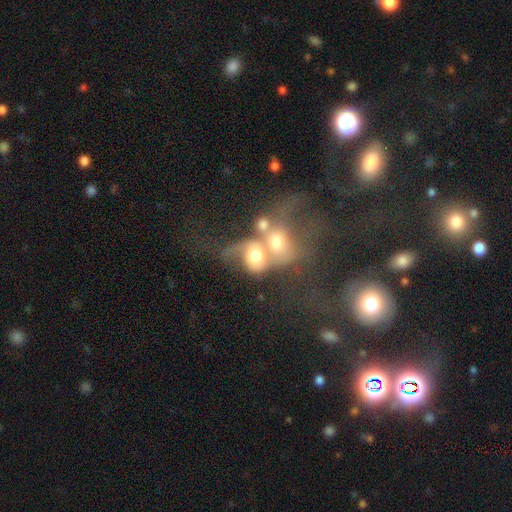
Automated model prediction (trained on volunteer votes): smooth_or_featured: smooth (p=0.45) [alt: featured or disk p=0.42]
merging: merger (p=0.70) [alt: major disturbance p=0.16]